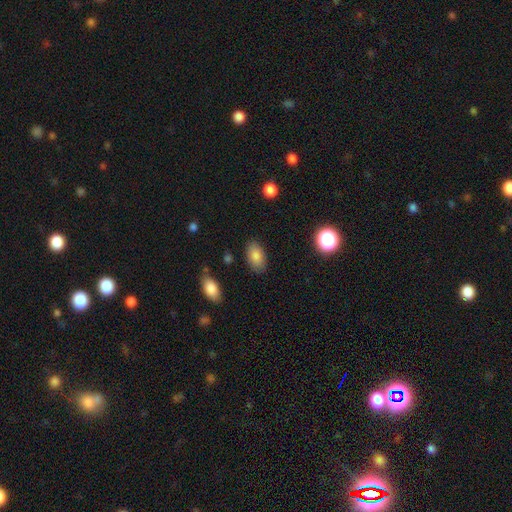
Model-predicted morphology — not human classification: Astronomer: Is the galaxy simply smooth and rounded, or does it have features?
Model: smooth — 85%.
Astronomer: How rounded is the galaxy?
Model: in between — 92%.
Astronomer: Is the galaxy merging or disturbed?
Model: none — 85%.